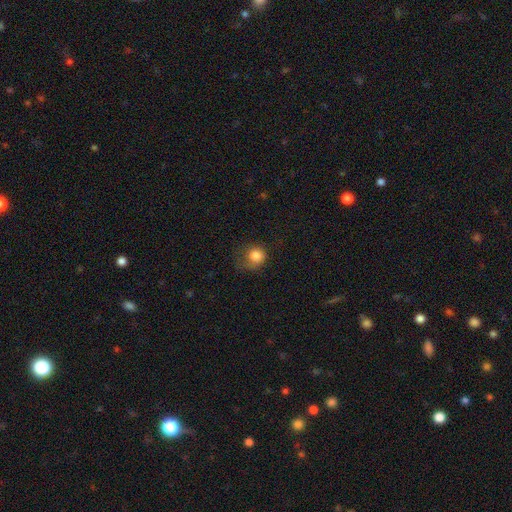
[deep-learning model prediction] Q: Smooth or featured?
A: smooth (82%); runner-up: star or artifact (10%)
Q: How rounded?
A: round (81%); runner-up: in between (18%)
Q: Merging?
A: none (46%); runner-up: minor disturbance (28%)